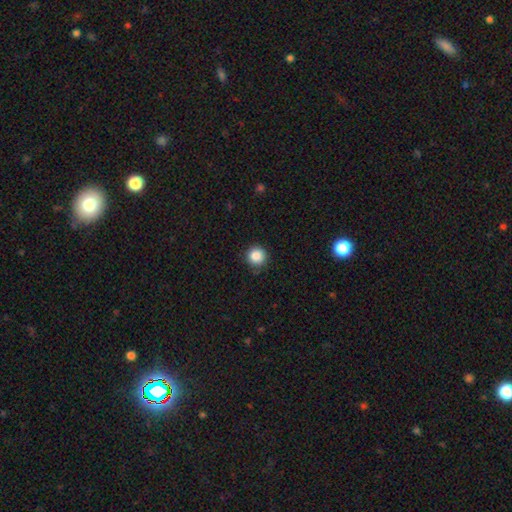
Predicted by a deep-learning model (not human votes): A smooth galaxy with no disk features (86%) that is round (95%). Merging: none (89%).